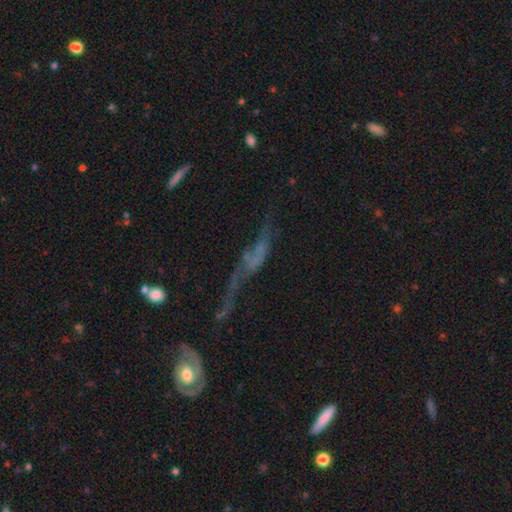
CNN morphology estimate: A featured or disk galaxy (54%).

Vote fractions:
- Smooth or featured? featured or disk: 54% / smooth: 25% / star or artifact: 21%
- Edge-on disk? no: 65% / yes: 35%
- Merging? major disturbance: 40% / none: 28% / minor disturbance: 16% / merger: 16%